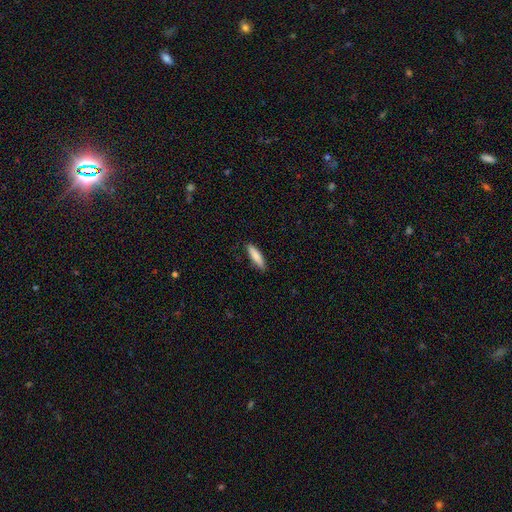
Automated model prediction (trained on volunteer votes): The model was most divided on "how rounded": cigar-shaped: 73%, in between: 26%, round: 1%. More confident: merging — none (88%); smooth or featured — smooth (84%).